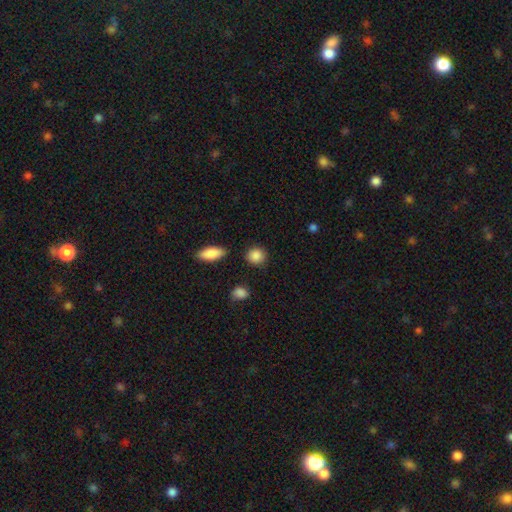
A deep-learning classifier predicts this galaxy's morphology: This is clearly a smooth galaxy (89%). How rounded: clearly round (81%). Merging: clearly none (86%).